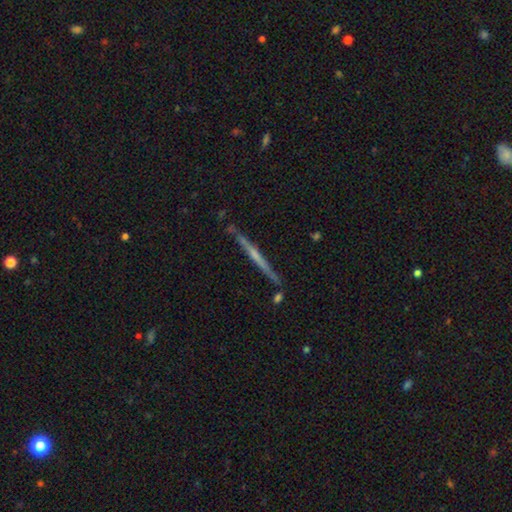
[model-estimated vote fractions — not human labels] This is likely a featured or disk galaxy (68%). It is clearly viewed edge-on (97%). Edge-on bulge: likely none (60%). Merging: clearly none (85%).